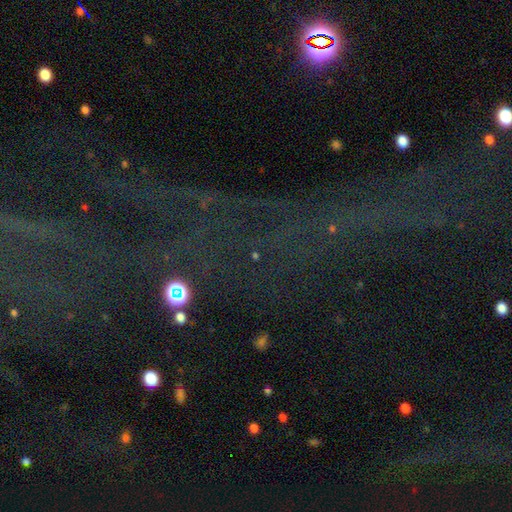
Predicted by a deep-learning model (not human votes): smooth-or-featured: star or artifact: 72% | smooth: 17% | featured or disk: 10%